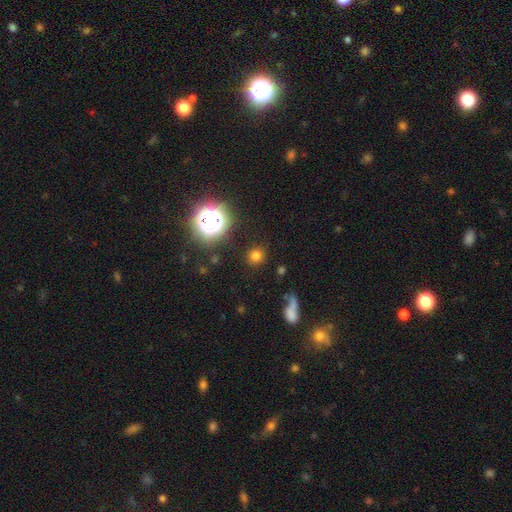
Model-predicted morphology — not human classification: This appears to be a smooth galaxy with no disk features (74%) that is round (91%). Merging: none (87%).